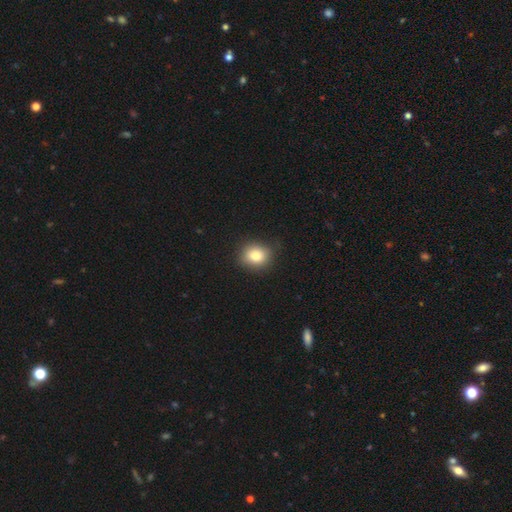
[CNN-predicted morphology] type=smooth (81%); roundness=round (72%); merging=none (84%).